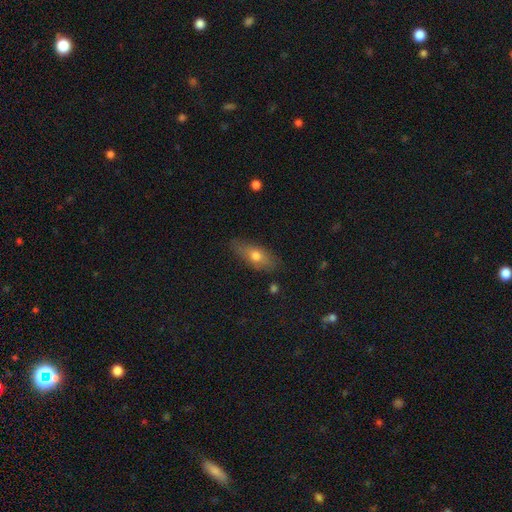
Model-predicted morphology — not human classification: A smooth galaxy with no disk features (62%) that is in between round and cigar-shaped (68%).

Vote fractions:
- Smooth or featured? smooth: 62% / featured or disk: 30% / star or artifact: 8%
- How rounded? in between: 68% / cigar-shaped: 26% / round: 5%
- Merging? none: 80% / minor disturbance: 15% / major disturbance: 3% / merger: 2%